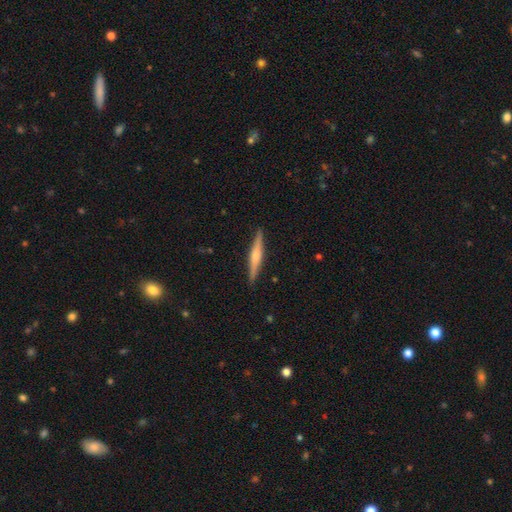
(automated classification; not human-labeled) Overall: featured or disk (60%; smooth 35%). Edge-on disk: yes (98%). Edge-on bulge: rounded (68%). Merging: none (91%).